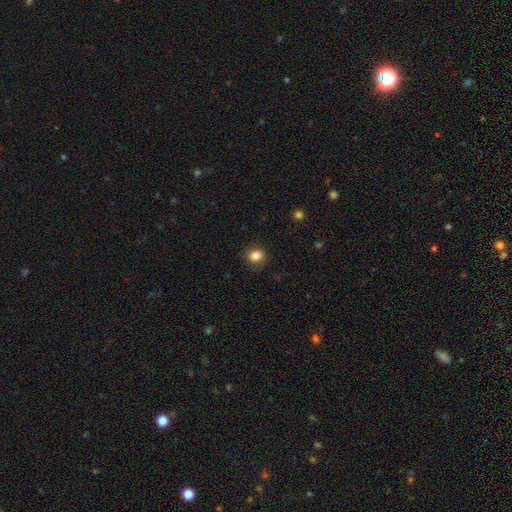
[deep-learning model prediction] smooth 83%, star or artifact 10%, featured or disk 7%. Down the decision tree: how rounded — round (59%); merging — none (80%).